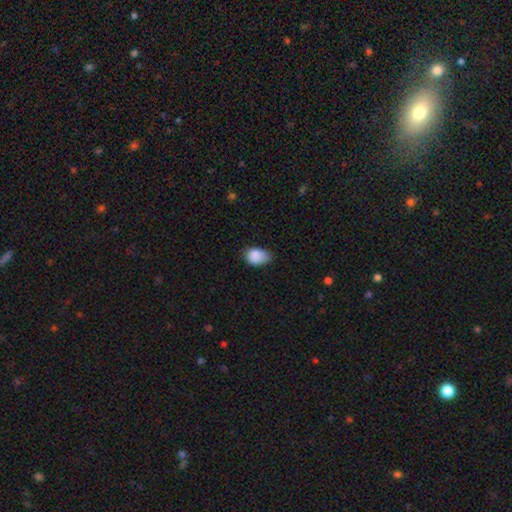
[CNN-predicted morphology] Smooth or featured?
  - smooth: 86% *
  - star or artifact: 8%
  - featured or disk: 5%
How rounded?
  - in between: 82% *
  - round: 16%
  - cigar-shaped: 1%
Merging?
  - none: 53% *
  - minor disturbance: 38%
  - major disturbance: 7%
  - merger: 2%